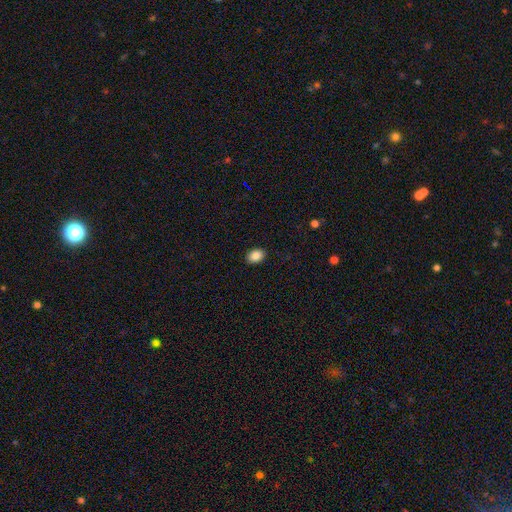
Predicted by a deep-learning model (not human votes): Overall: smooth (88%). How rounded: in between (80%). Merging: none (90%).